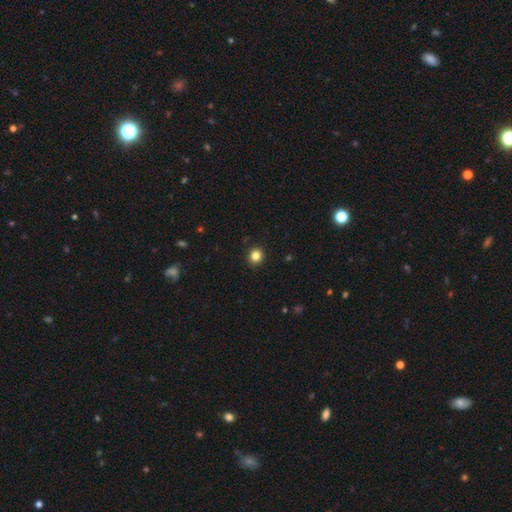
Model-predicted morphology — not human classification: smooth-or-featured: smooth: 83% | star or artifact: 12% | featured or disk: 5%
  how-rounded: round: 89% | in between: 10% | cigar-shaped: 1%
  merging: none: 93% | minor disturbance: 5% | major disturbance: 1% | merger: 1%